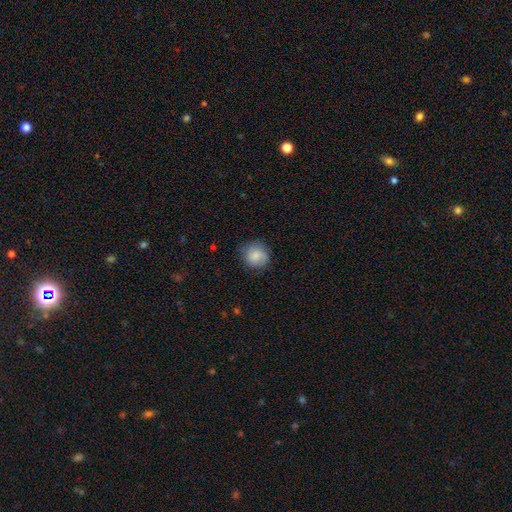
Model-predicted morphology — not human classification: This appears to be a smooth galaxy with no disk features (81%) that is round (89%). Merging: none (78%).